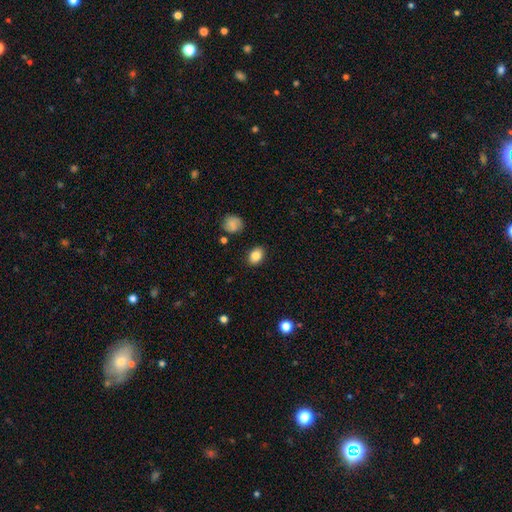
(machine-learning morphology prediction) smooth-or-featured: smooth: 84% | star or artifact: 9% | featured or disk: 7%
  how-rounded: in between: 69% | round: 30% | cigar-shaped: 1%
  merging: none: 87% | minor disturbance: 9% | major disturbance: 2% | merger: 2%